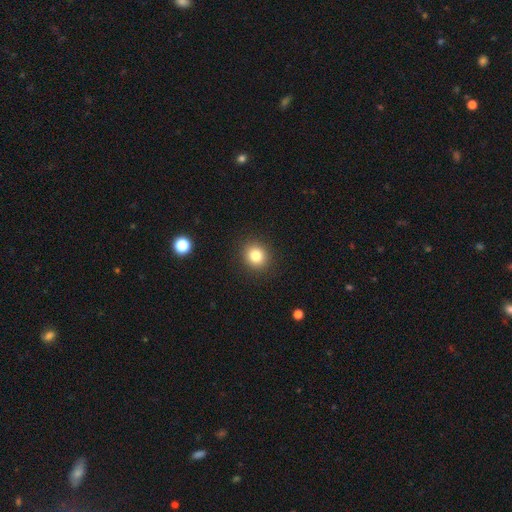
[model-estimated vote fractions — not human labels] smooth 81%, star or artifact 11%, featured or disk 7%. Down the decision tree: how rounded — round (82%); merging — none (91%).